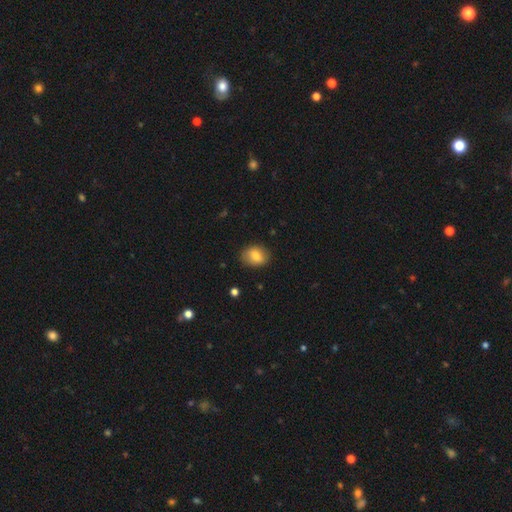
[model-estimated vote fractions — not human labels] This appears to be a smooth galaxy with no disk features (79%) that is in between round and cigar-shaped (63%). Merging: none (81%).